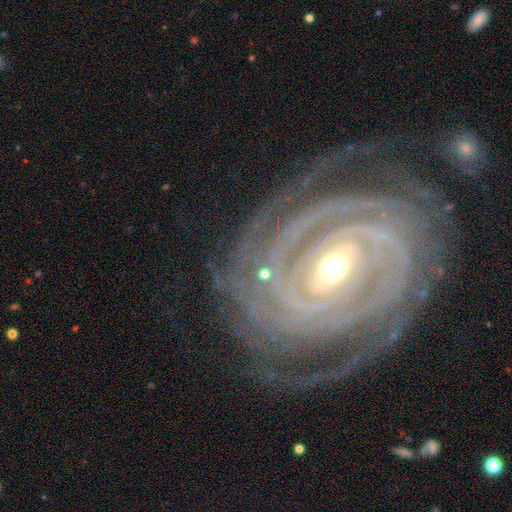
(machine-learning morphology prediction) Overall: featured or disk (93%). Edge-on disk: no (96%). Bar: strong (48%; weak 33%). Spiral arms: yes (98%). Spiral arm count: 2 (22%, tied with 3). Spiral winding: tight (85%). Bulge size: moderate (56%; small 39%). Merging: none (78%).